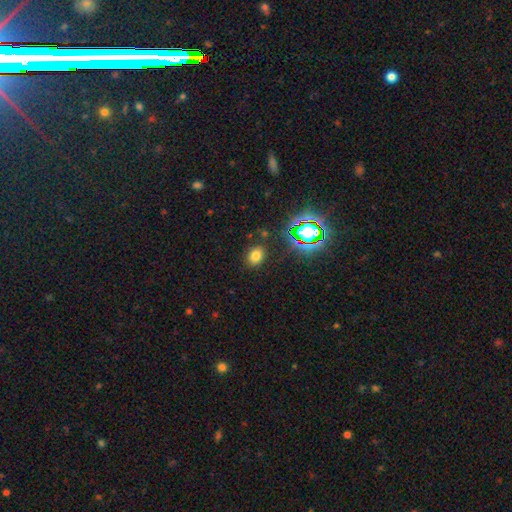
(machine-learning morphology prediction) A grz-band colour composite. It shows a smooth galaxy with no disk features (72%) that is in between round and cigar-shaped (55%). Merging: none (86%).